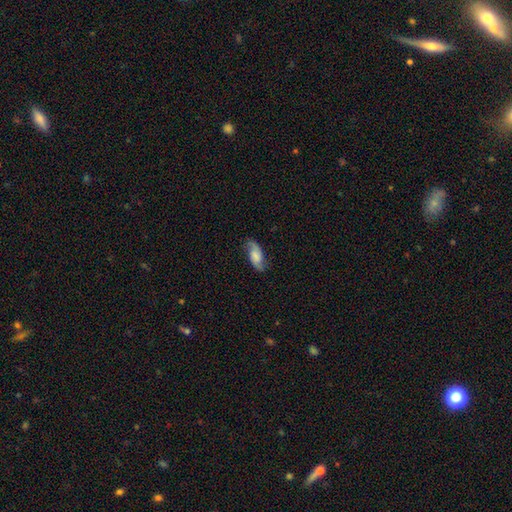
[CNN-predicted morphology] Smooth or featured? featured or disk (57%)
Edge-on disk? no (92%)
Bar? no (57%)
Spiral arms? yes (93%)
Bulge size? none (32%)
Merging? none (75%)